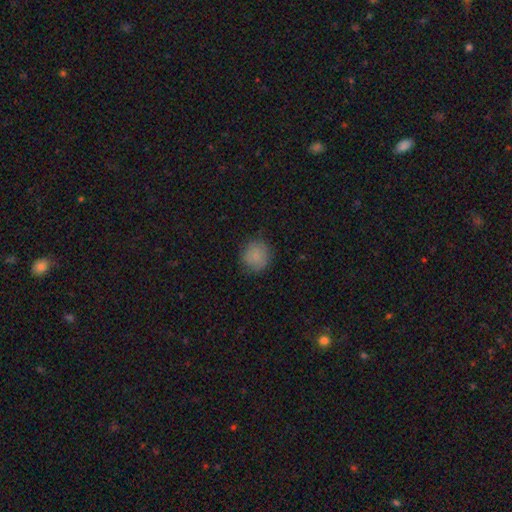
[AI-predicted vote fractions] Q: Smooth or featured?
A: smooth (85%); runner-up: star or artifact (9%)
Q: How rounded?
A: round (89%); runner-up: in between (10%)
Q: Merging?
A: none (81%); runner-up: minor disturbance (14%)